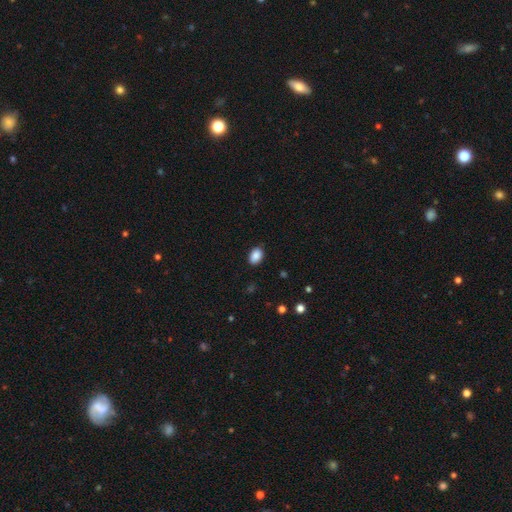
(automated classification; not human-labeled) A smooth galaxy with no disk features (89%) that is in between round and cigar-shaped (82%). Merging: none (86%).